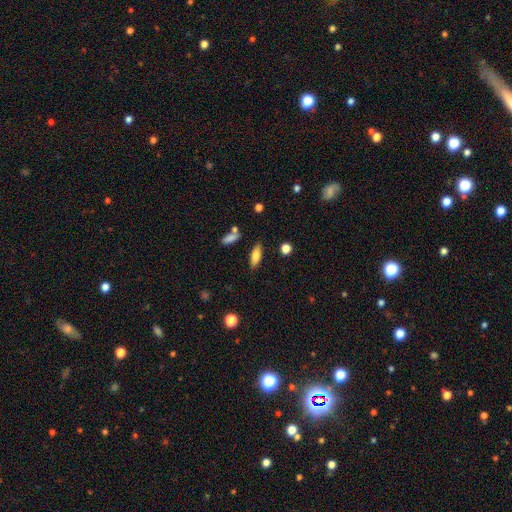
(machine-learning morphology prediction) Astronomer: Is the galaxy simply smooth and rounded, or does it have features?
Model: smooth — 77%.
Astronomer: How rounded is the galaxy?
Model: in between — 64%.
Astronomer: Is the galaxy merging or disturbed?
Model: none — 82%.